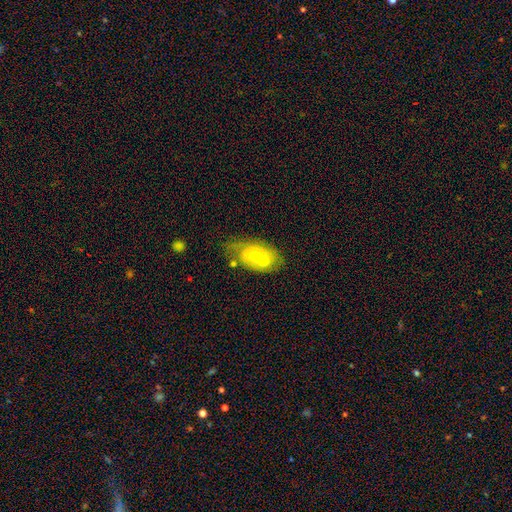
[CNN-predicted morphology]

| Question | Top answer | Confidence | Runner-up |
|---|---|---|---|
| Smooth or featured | smooth | 50% | featured or disk (41%) |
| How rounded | in between | 87% | round (10%) |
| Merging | none | 36% | merger (30%) |